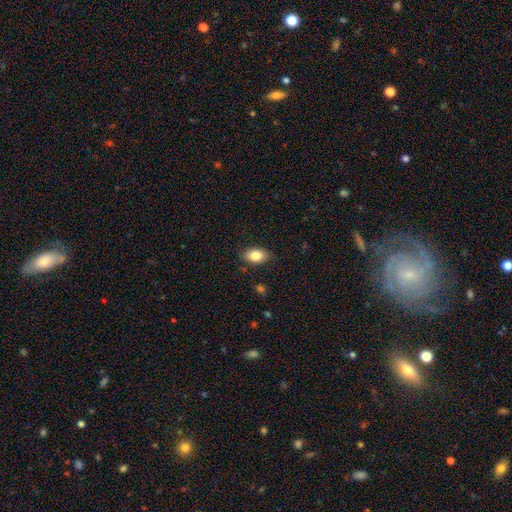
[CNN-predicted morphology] A smooth galaxy with no disk features (83%) that is in between round and cigar-shaped (88%). Merging: none (84%).